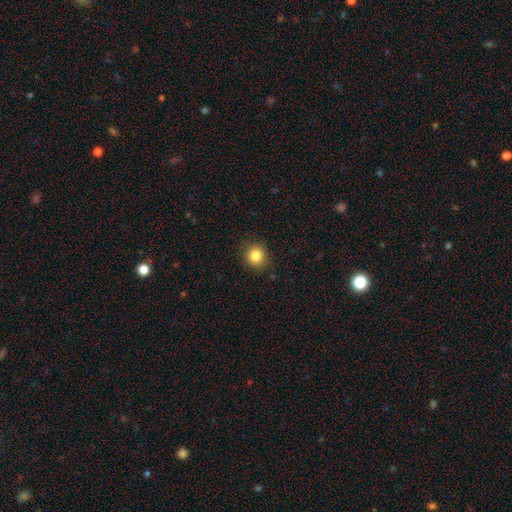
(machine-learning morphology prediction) smooth_or_featured: smooth (p=0.84) [alt: star or artifact p=0.11]
how_rounded: round (p=0.87) [alt: in between p=0.12]
merging: none (p=0.88) [alt: minor disturbance p=0.08]